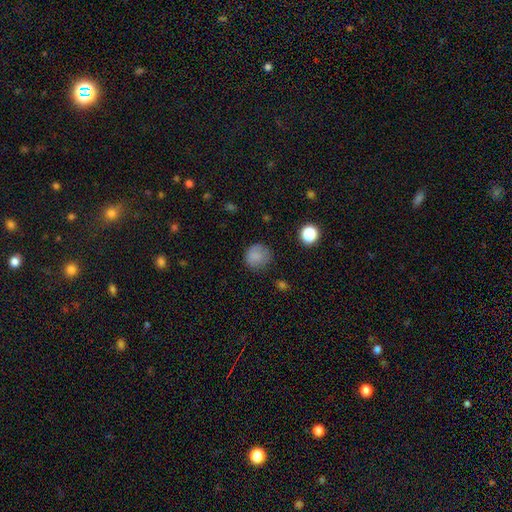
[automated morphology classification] smooth 81%, star or artifact 11%, featured or disk 8%. Down the decision tree: how rounded — round (88%); merging — none (75%).